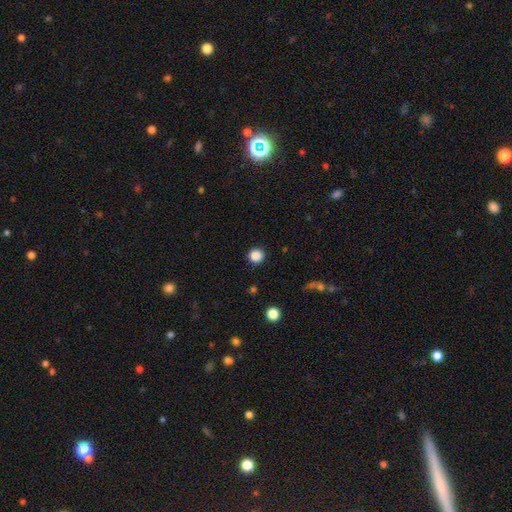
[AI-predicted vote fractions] The model was most divided on "smooth or featured": smooth: 87%, star or artifact: 10%, featured or disk: 3%. More confident: how rounded — round (94%); merging — none (92%).